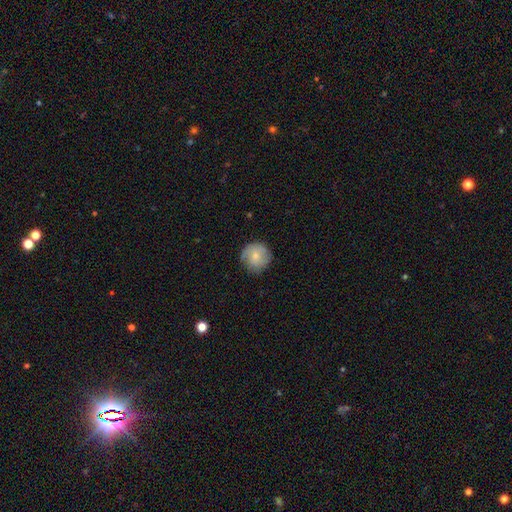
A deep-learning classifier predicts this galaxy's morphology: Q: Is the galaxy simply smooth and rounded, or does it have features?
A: smooth — 67%.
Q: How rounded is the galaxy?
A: round — 93%.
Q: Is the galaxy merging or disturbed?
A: none — 76%.